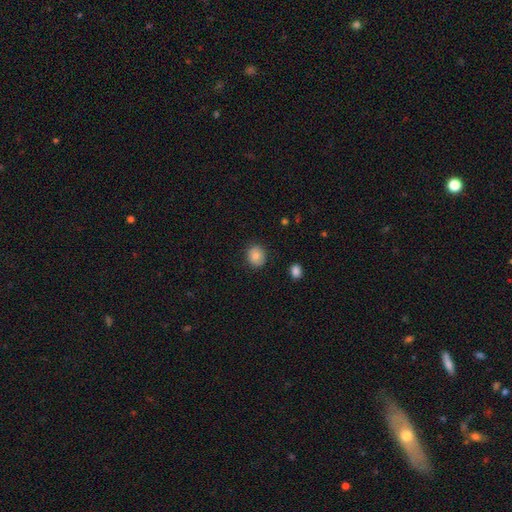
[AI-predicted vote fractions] smooth_or_featured: smooth (p=0.82) [alt: featured or disk p=0.09]
how_rounded: round (p=0.73) [alt: in between p=0.26]
merging: none (p=0.85) [alt: minor disturbance p=0.11]